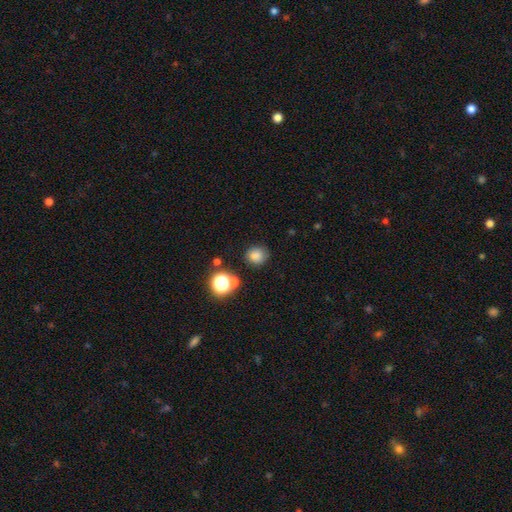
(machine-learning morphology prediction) Overall: smooth (79%). How rounded: round (84%). Merging: none (79%).